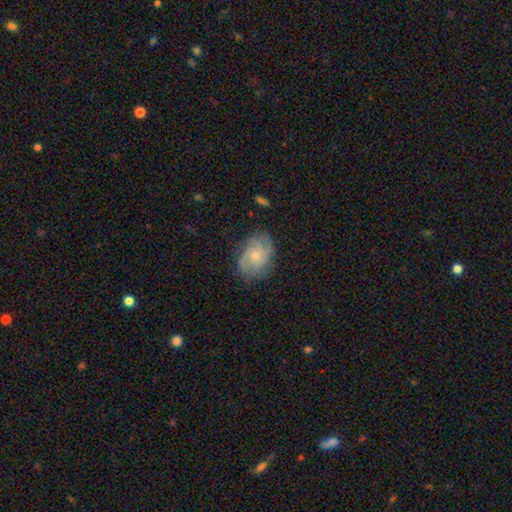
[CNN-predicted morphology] This appears to be a featured or disk galaxy (66%) with no bar (80%), tight (46%) spiral arms (90%) and a small central bulge (64%). Merging: none (72%).